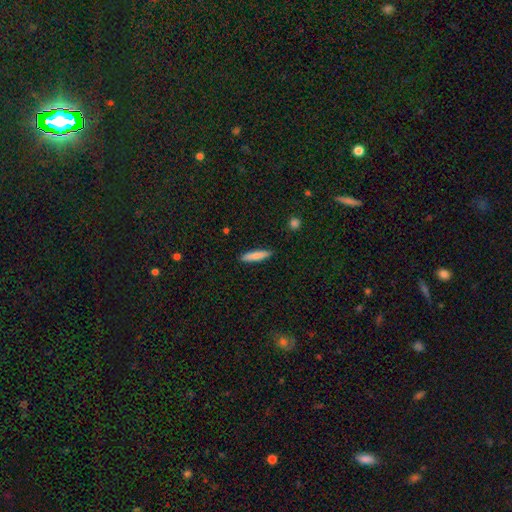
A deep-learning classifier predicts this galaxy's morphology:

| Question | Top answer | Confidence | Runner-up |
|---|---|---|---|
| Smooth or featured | smooth | 83% | featured or disk (11%) |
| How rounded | cigar-shaped | 85% | in between (14%) |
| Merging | none | 90% | minor disturbance (7%) |